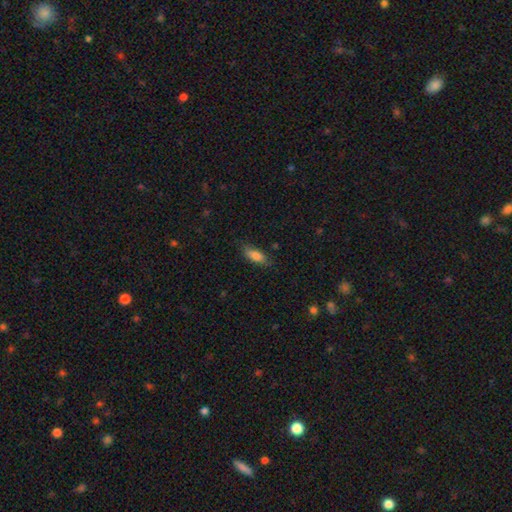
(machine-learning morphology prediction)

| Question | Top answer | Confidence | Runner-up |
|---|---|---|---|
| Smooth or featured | smooth | 82% | featured or disk (11%) |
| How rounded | in between | 70% | cigar-shaped (28%) |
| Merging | none | 79% | minor disturbance (16%) |